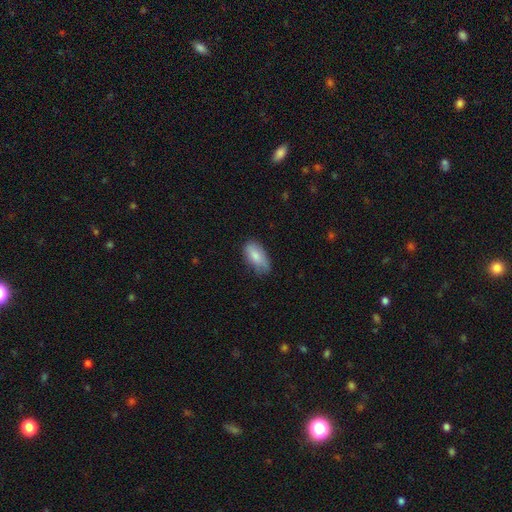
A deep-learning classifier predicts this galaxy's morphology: smooth-or-featured: smooth: 82% | featured or disk: 12% | star or artifact: 6%
  how-rounded: in between: 90% | cigar-shaped: 7% | round: 3%
  merging: none: 66% | minor disturbance: 28% | major disturbance: 5% | merger: 1%